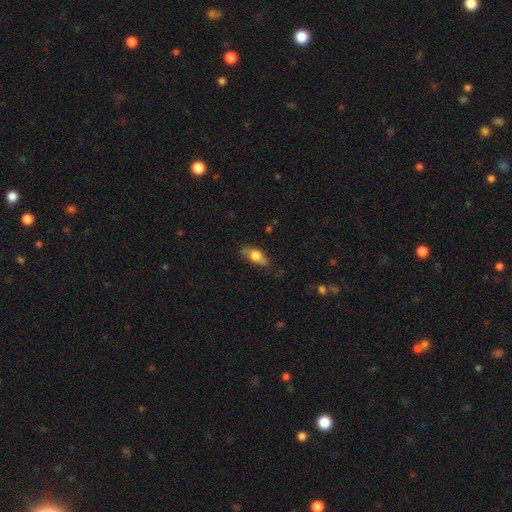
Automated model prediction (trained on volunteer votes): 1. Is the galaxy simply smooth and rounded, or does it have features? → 67% smooth, 26% featured or disk, 7% star or artifact.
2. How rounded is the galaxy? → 79% in between, 15% cigar-shaped, 7% round.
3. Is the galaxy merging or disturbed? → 65% none, 26% minor disturbance, 7% major disturbance, 2% merger.